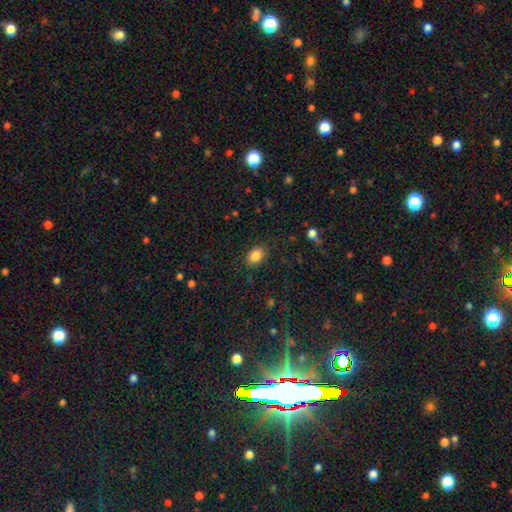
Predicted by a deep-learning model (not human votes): Smooth or featured?
  - smooth: 85% *
  - star or artifact: 9%
  - featured or disk: 6%
How rounded?
  - in between: 80% *
  - round: 19%
  - cigar-shaped: 1%
Merging?
  - none: 83% *
  - minor disturbance: 12%
  - major disturbance: 4%
  - merger: 1%